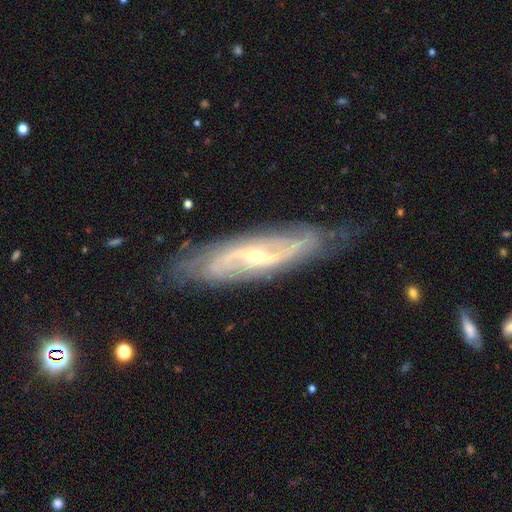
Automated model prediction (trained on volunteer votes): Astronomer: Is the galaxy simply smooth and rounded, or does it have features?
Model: featured or disk — 87%.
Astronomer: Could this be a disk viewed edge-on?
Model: no — 84%.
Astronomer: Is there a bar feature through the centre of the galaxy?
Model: weak — 43% (runner-up: no, 38%).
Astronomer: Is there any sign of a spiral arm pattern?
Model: yes — 96%.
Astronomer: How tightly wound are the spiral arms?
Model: medium — 44% (runner-up: loose, 31%).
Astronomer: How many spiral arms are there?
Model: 2 — 74%.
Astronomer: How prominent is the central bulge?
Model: small — 72%.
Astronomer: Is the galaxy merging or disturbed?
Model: none — 76%.